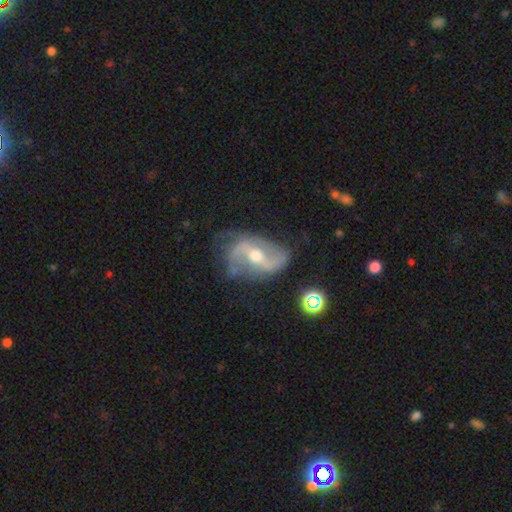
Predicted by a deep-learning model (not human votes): A featured or disk galaxy (86%) with a weak bar (41%), 2 (87%) loose (55%) spiral arms (94%) and a moderate central bulge (68%). Merging: none (67%).